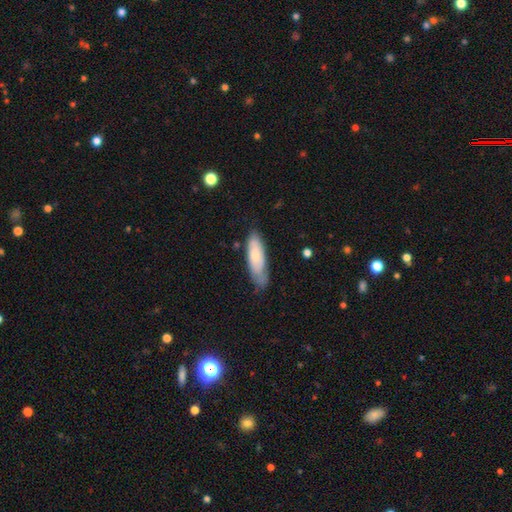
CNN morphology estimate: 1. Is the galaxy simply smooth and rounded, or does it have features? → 68% smooth, 26% featured or disk, 6% star or artifact.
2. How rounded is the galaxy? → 50% cigar-shaped, 48% in between, 2% round.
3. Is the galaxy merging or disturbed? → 61% none, 29% minor disturbance, 7% major disturbance, 3% merger.